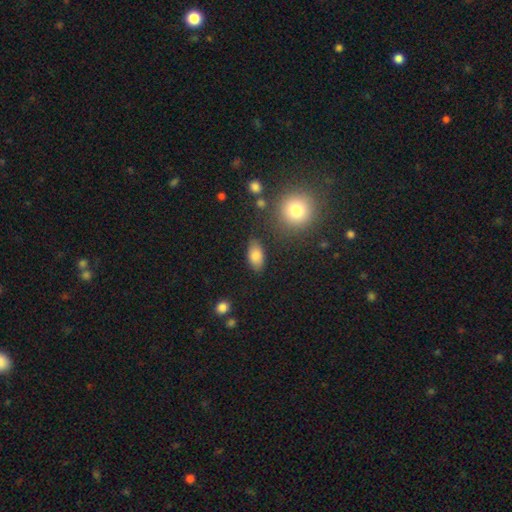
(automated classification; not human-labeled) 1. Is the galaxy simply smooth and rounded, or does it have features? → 83% smooth, 9% star or artifact, 9% featured or disk.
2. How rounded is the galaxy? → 91% in between, 6% round, 3% cigar-shaped.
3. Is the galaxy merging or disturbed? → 80% none, 14% minor disturbance, 4% major disturbance, 3% merger.